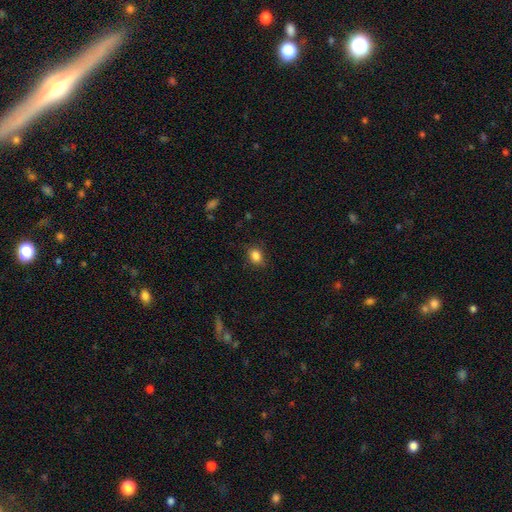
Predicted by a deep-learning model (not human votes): smooth-or-featured: smooth: 85% | star or artifact: 10% | featured or disk: 5%
  how-rounded: in between: 53% | round: 46% | cigar-shaped: 1%
  merging: none: 81% | minor disturbance: 14% | major disturbance: 4% | merger: 1%